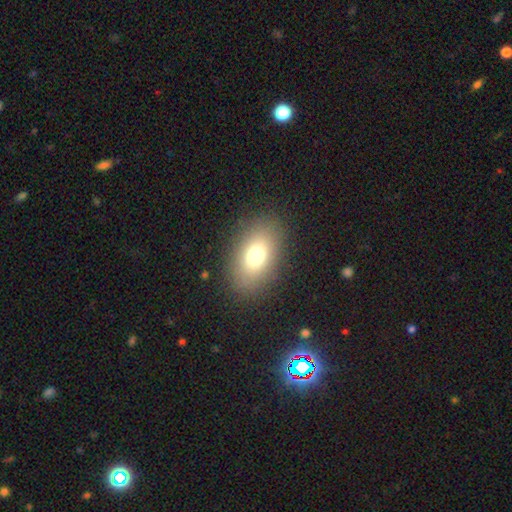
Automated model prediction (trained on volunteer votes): smooth 73%, featured or disk 14%, star or artifact 13%. Down the decision tree: how rounded — in between (82%); merging — none (85%).